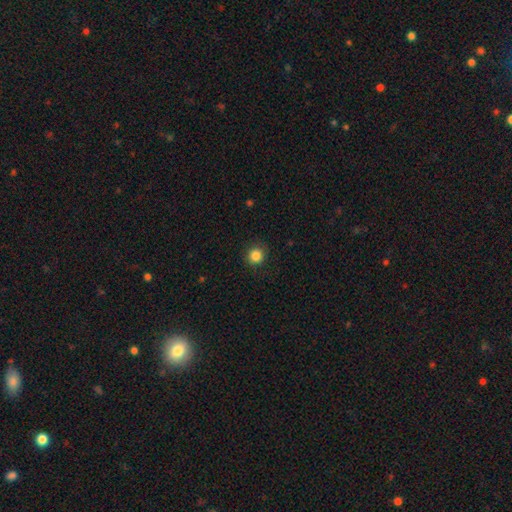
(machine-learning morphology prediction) Smooth or featured? smooth (86%)
How rounded? round (93%)
Merging? none (88%)